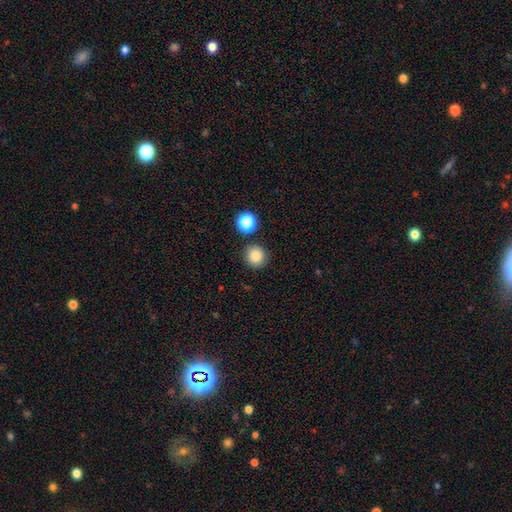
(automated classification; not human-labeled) smooth-or-featured: smooth: 84% | star or artifact: 11% | featured or disk: 5%
  how-rounded: round: 93% | in between: 6% | cigar-shaped: 1%
  merging: none: 86% | minor disturbance: 7% | merger: 5% | major disturbance: 2%